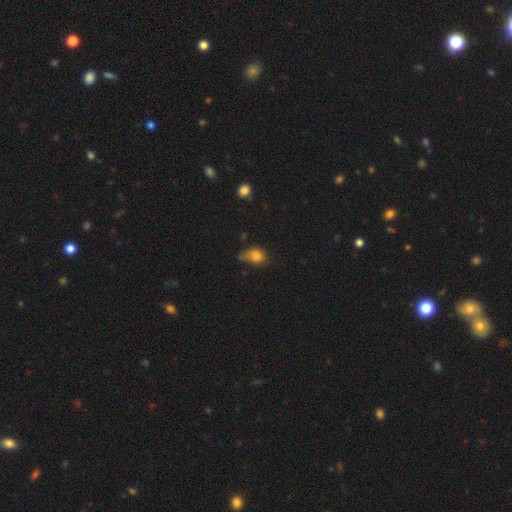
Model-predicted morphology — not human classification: A smooth galaxy with no disk features (78%) that is in between round and cigar-shaped (56%). Merging: minor disturbance (39%).